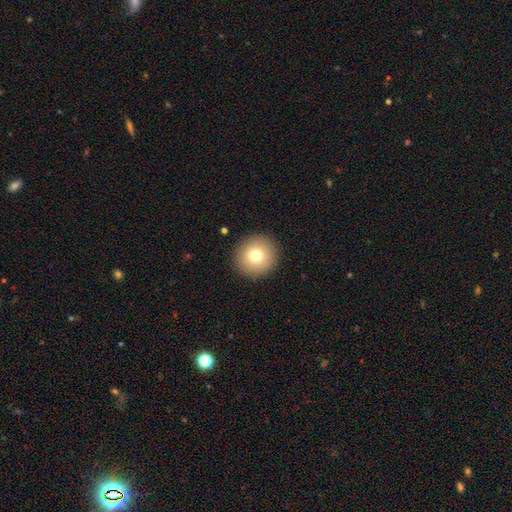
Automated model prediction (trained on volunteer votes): This appears to be a smooth galaxy with no disk features (76%) that is round (95%). Merging: none (92%).